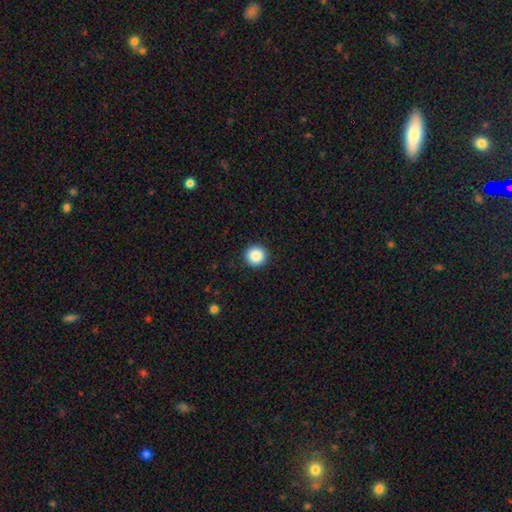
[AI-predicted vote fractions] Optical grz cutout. It shows a smooth galaxy with no disk features (88%) that is round (96%). Merging: none (93%).